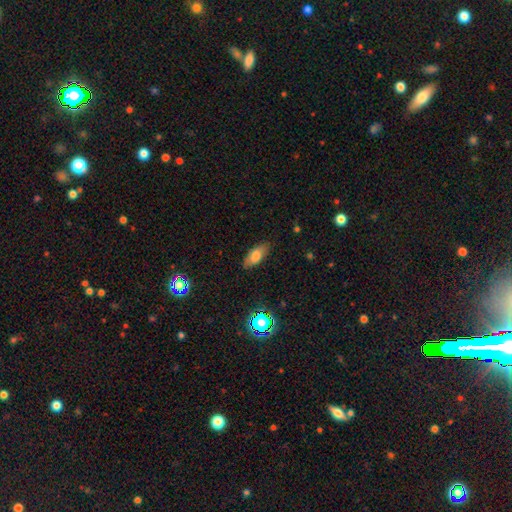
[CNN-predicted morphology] smooth_or_featured: smooth (p=0.76) [alt: featured or disk p=0.16]
how_rounded: in between (p=0.83) [alt: cigar-shaped p=0.14]
merging: none (p=0.81) [alt: minor disturbance p=0.14]